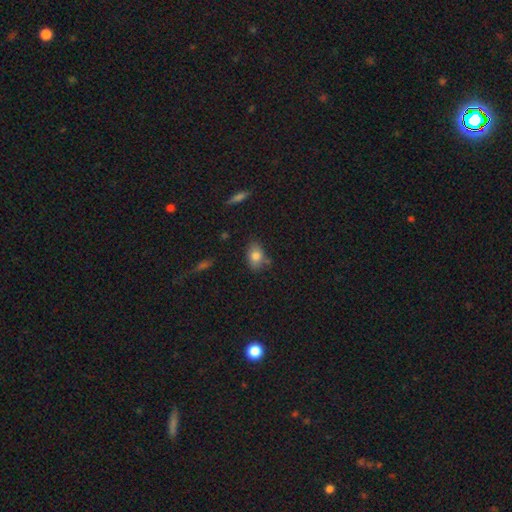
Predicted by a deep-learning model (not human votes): Smooth or featured? smooth (80%)
How rounded? in between (79%)
Merging? none (70%)